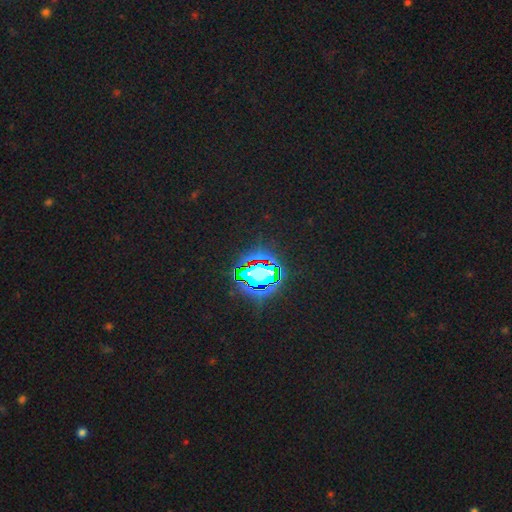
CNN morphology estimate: Smooth or featured? star or artifact (84%)